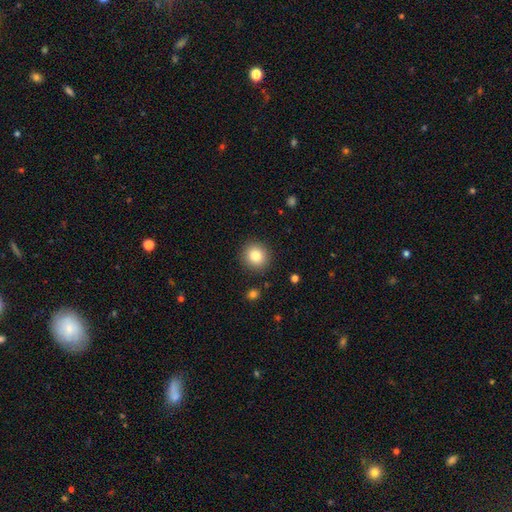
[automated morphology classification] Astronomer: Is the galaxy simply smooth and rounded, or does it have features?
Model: smooth — 83%.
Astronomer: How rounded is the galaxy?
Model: round — 91%.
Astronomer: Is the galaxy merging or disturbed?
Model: none — 90%.